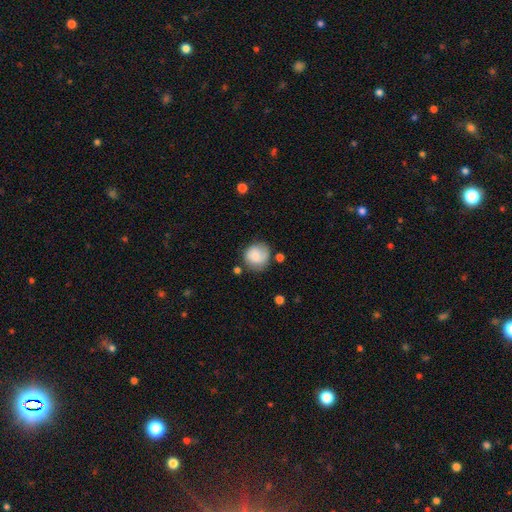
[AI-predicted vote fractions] Smooth or featured: smooth — 72% (featured or disk — 20%)
How rounded: round — 85% (in between — 14%)
Merging: none — 65% (minor disturbance — 23%)